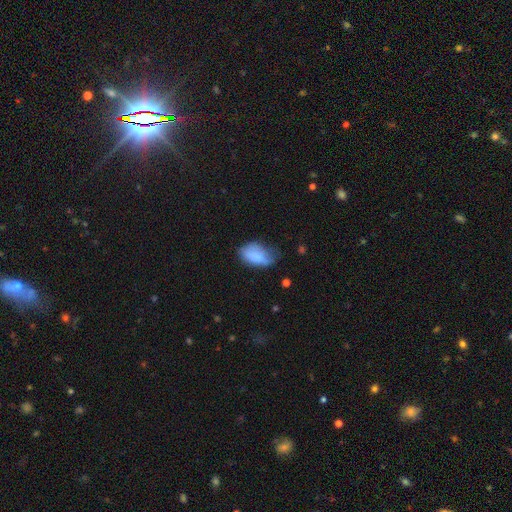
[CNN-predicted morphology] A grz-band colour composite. It shows a smooth galaxy with no disk features (81%) that is in between round and cigar-shaped (92%). Merging: minor disturbance (41%).